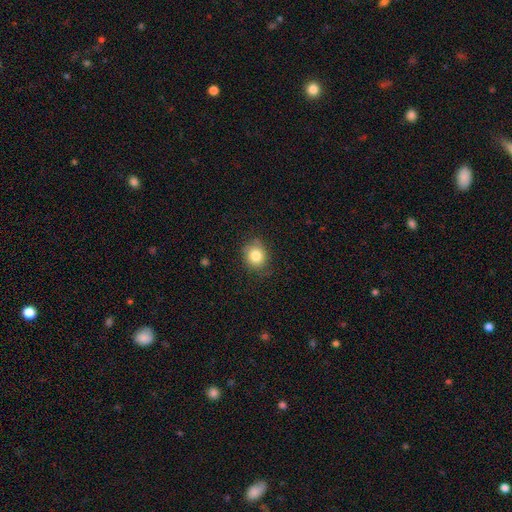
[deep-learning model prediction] The model was most divided on "how rounded": round: 75%, in between: 24%, cigar-shaped: 1%. More confident: smooth or featured — smooth (82%); merging — none (77%).